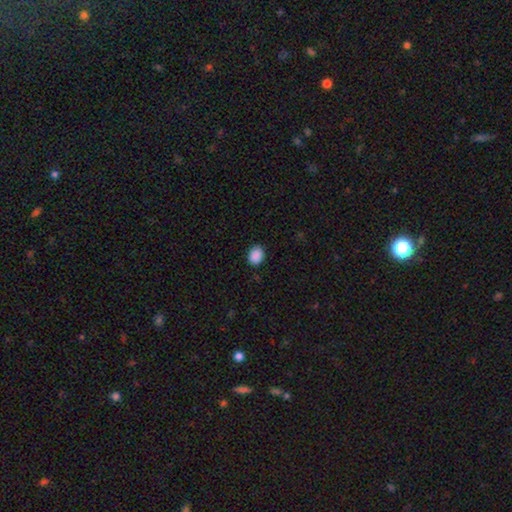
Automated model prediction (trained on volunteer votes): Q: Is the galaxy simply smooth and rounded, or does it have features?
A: smooth — 90%.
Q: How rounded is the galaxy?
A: in between — 59%.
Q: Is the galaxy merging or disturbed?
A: none — 88%.